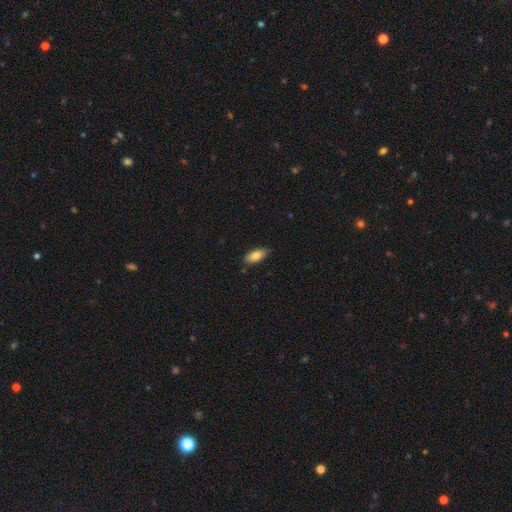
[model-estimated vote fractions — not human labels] A smooth galaxy with no disk features (81%) that is in between round and cigar-shaped (86%). Merging: none (80%).